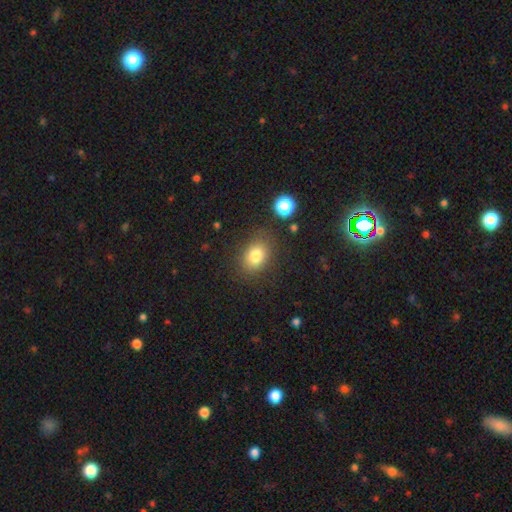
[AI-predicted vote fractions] The model was most divided on "how rounded": in between: 65%, round: 34%, cigar-shaped: 1%. More confident: smooth or featured — smooth (81%); merging — none (80%).